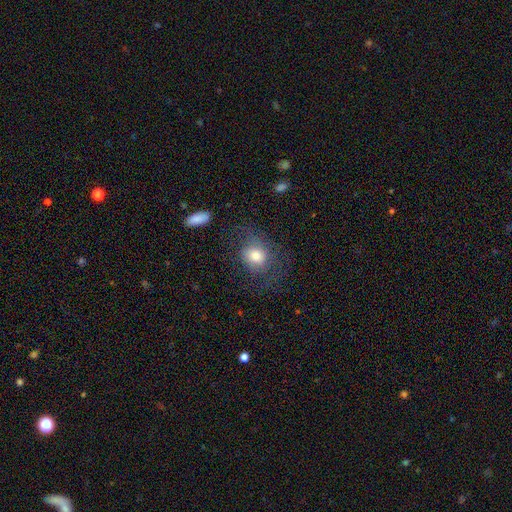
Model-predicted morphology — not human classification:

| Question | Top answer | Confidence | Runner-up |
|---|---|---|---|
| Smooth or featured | smooth | 71% | featured or disk (19%) |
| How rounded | round | 63% | in between (36%) |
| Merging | none | 55% | major disturbance (23%) |